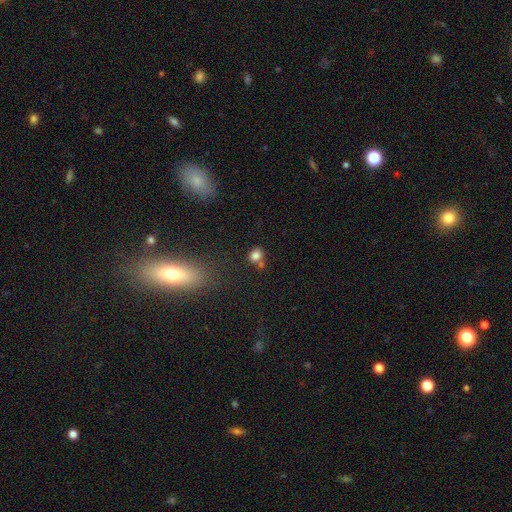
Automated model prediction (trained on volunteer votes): A smooth galaxy with no disk features (80%) that is round (58%). Merging: none (56%).